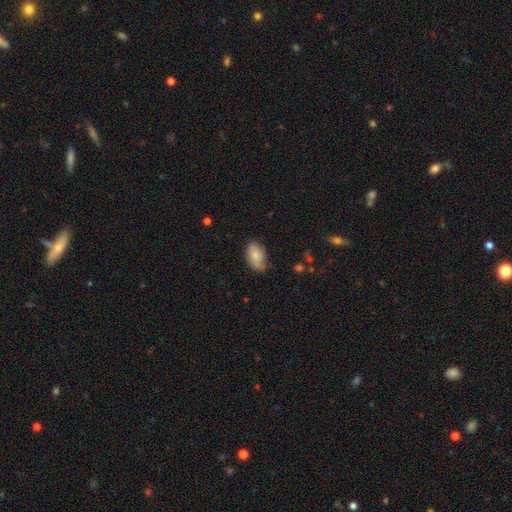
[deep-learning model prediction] Q: Smooth or featured?
A: smooth (77%); runner-up: featured or disk (16%)
Q: How rounded?
A: in between (92%); runner-up: round (7%)
Q: Merging?
A: none (61%); runner-up: minor disturbance (31%)